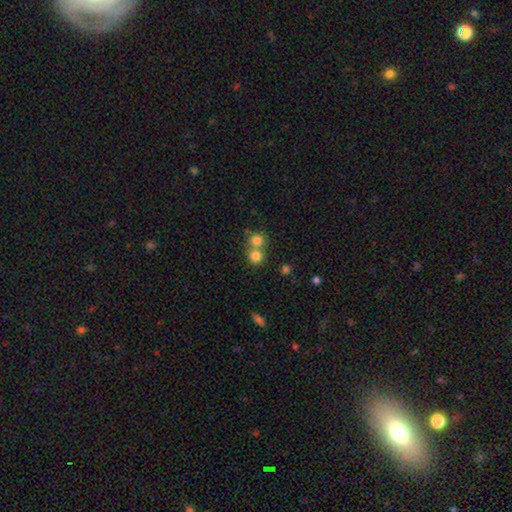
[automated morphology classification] Smooth or featured?
  - smooth: 79% *
  - star or artifact: 12%
  - featured or disk: 9%
How rounded?
  - round: 88% *
  - in between: 12%
  - cigar-shaped: 1%
Merging?
  - none: 48% *
  - merger: 44%
  - minor disturbance: 6%
  - major disturbance: 2%